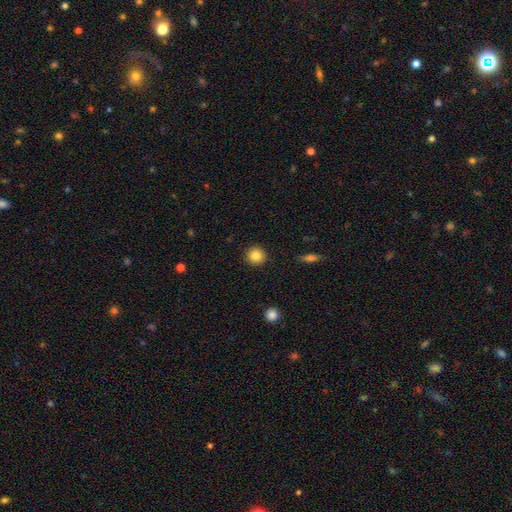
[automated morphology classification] smooth-or-featured: smooth: 85% | star or artifact: 10% | featured or disk: 5%
  how-rounded: round: 93% | in between: 6% | cigar-shaped: 1%
  merging: none: 92% | minor disturbance: 5% | major disturbance: 2% | merger: 1%